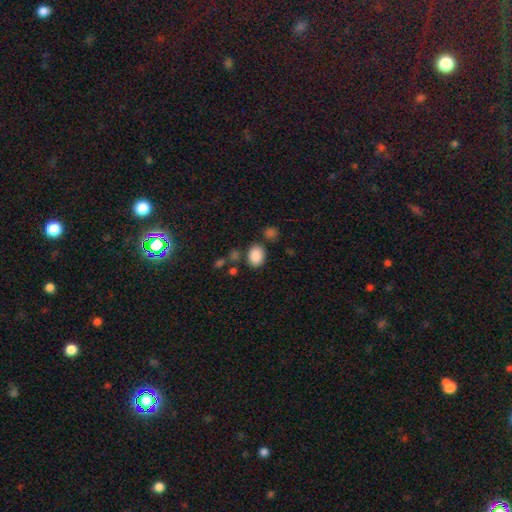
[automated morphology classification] A smooth galaxy with no disk features (87%) that is in between round and cigar-shaped (66%).

Vote fractions:
- Smooth or featured? smooth: 87% / star or artifact: 9% / featured or disk: 4%
- How rounded? in between: 66% / round: 33% / cigar-shaped: 1%
- Merging? none: 76% / minor disturbance: 12% / merger: 8% / major disturbance: 4%